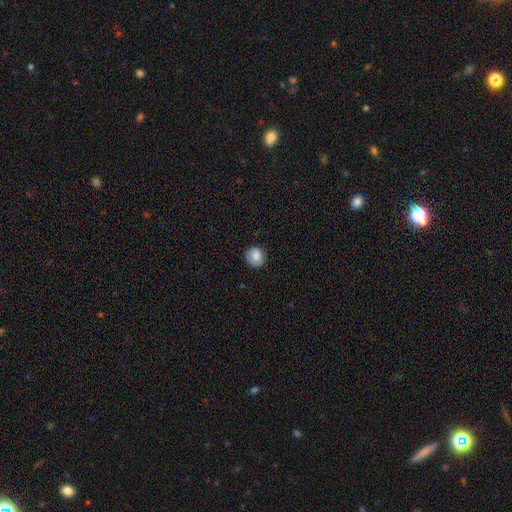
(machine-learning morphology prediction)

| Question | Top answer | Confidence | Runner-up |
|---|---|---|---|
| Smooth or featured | smooth | 86% | star or artifact (9%) |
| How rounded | round | 89% | in between (10%) |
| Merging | none | 88% | minor disturbance (9%) |